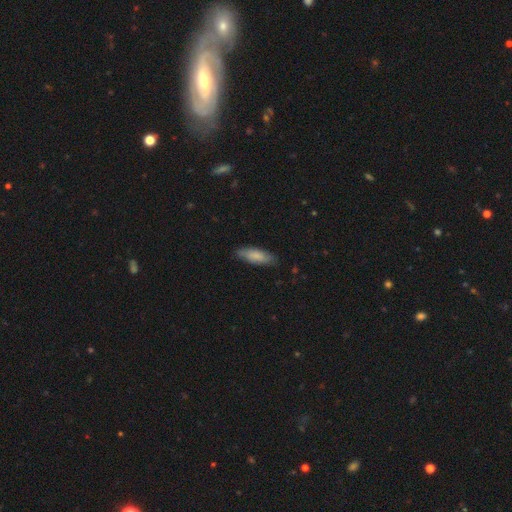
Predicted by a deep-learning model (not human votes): Morphology: type=smooth (80%); roundness=in between (58%); merging=none (80%).